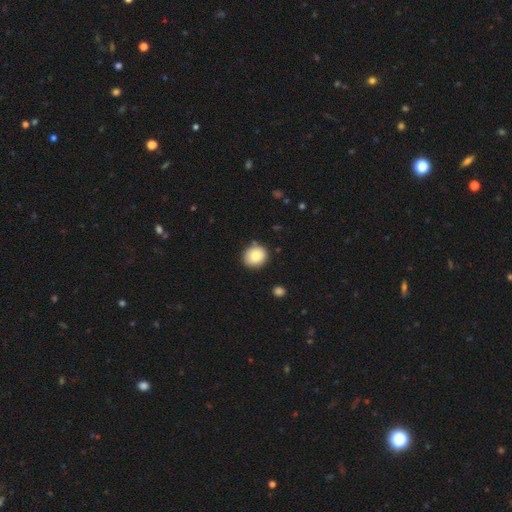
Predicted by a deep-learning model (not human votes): smooth 83%, featured or disk 9%, star or artifact 8%. Down the decision tree: how rounded — round (83%); merging — none (85%).